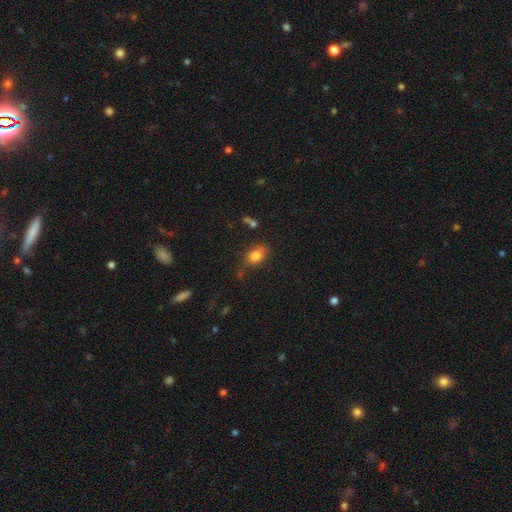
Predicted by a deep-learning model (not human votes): Smooth or featured? Predicted: smooth (p=0.80). How rounded? Predicted: in between (p=0.77). Merging? Predicted: none (p=0.58).